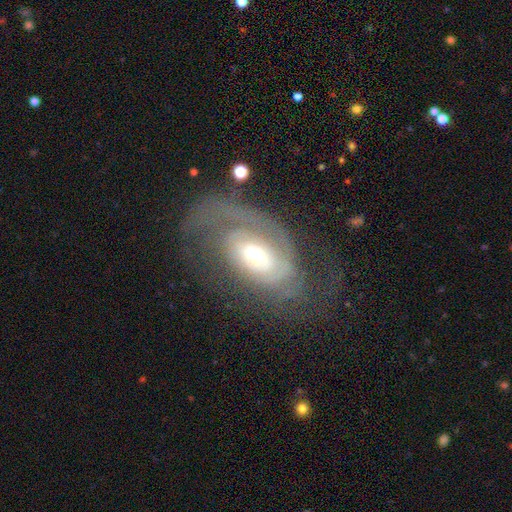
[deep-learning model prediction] Morphology: type=featured or disk (79%); edge-on=no (95%); bar=no (65%); spiral arms=yes (84%); winding=tight (51%); arm count=2 (31%); bulge=moderate (64%); merging=none (44%).